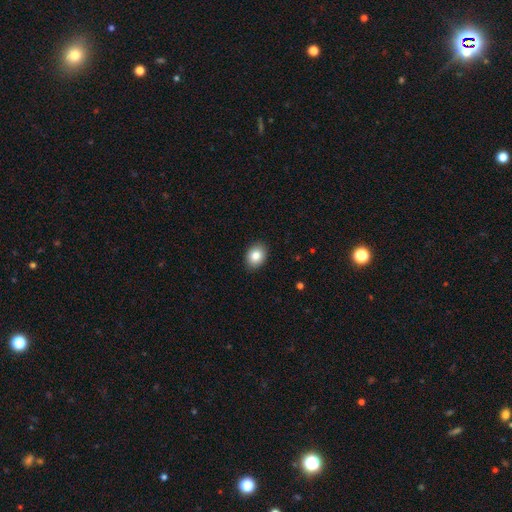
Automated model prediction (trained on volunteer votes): The model was most divided on "how rounded": in between: 63%, round: 36%, cigar-shaped: 1%. More confident: merging — none (89%); smooth or featured — smooth (84%).